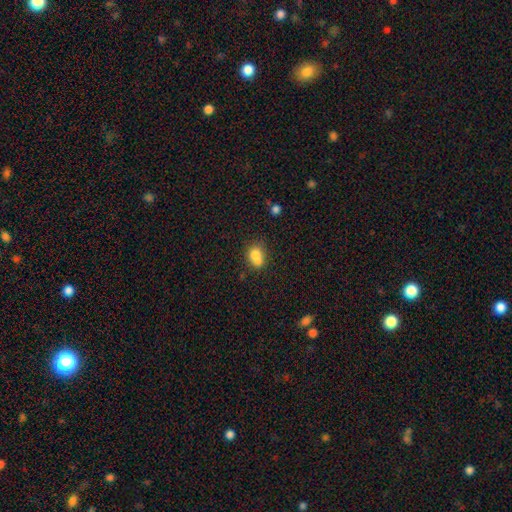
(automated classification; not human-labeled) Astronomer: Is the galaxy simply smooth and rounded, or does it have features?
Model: smooth — 76%.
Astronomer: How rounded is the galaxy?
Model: in between — 53% (runner-up: round, 45%).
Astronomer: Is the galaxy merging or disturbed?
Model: merger — 38% (runner-up: none, 37%).